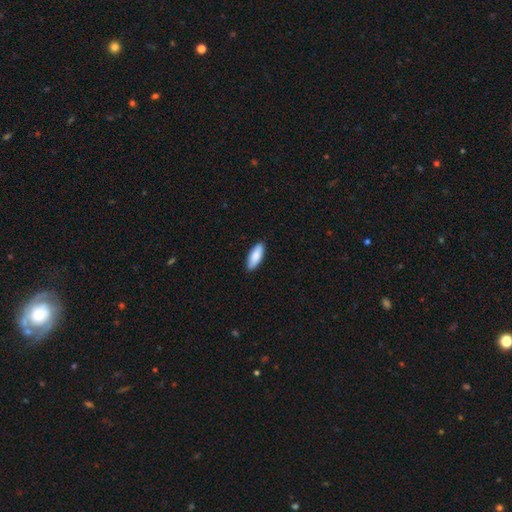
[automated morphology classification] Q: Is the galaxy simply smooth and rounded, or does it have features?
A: smooth — 87%.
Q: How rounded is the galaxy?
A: in between — 71%.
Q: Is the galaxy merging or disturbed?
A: none — 90%.